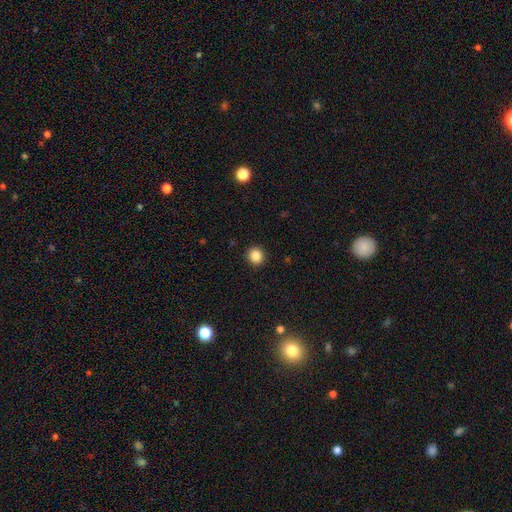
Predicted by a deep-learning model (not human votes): smooth_or_featured: smooth (p=0.86) [alt: star or artifact p=0.10]
how_rounded: round (p=0.89) [alt: in between p=0.10]
merging: none (p=0.92) [alt: minor disturbance p=0.05]